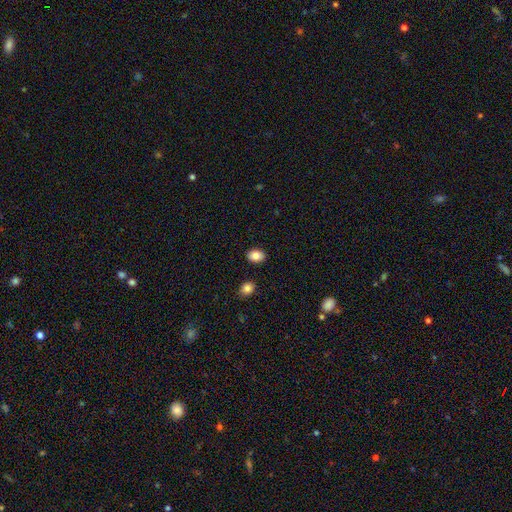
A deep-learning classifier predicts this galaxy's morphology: Smooth or featured? Predicted: smooth (p=0.85). How rounded? Predicted: in between (p=0.74). Merging? Predicted: none (p=0.88).